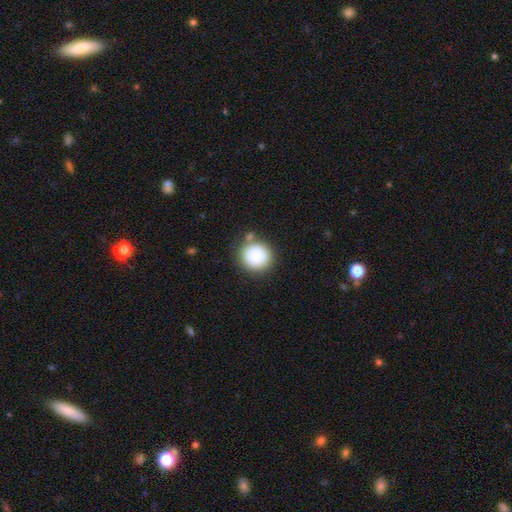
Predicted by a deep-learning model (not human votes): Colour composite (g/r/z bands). It shows a smooth galaxy with no disk features (81%) that is round (93%). Merging: none (75%).